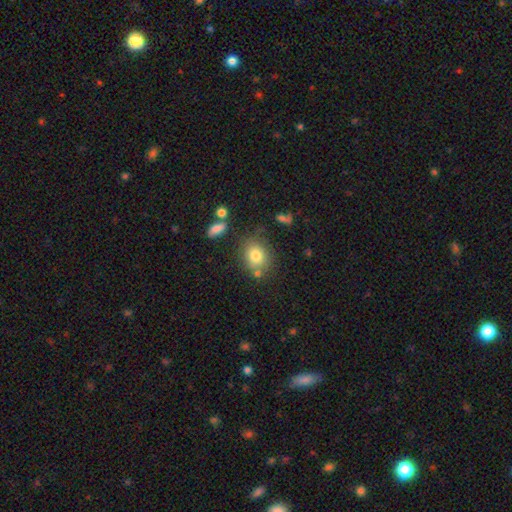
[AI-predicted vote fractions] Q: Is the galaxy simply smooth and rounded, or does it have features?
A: smooth — 78%.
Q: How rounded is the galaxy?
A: round — 62%.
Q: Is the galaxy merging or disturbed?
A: none — 72%.